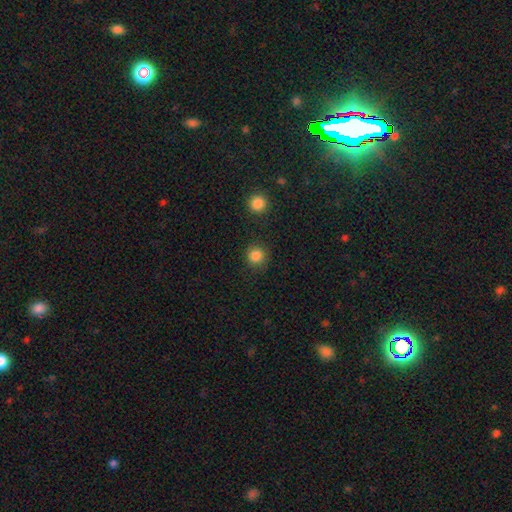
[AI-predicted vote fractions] A smooth galaxy with no disk features (85%) that is round (94%). Merging: none (88%).